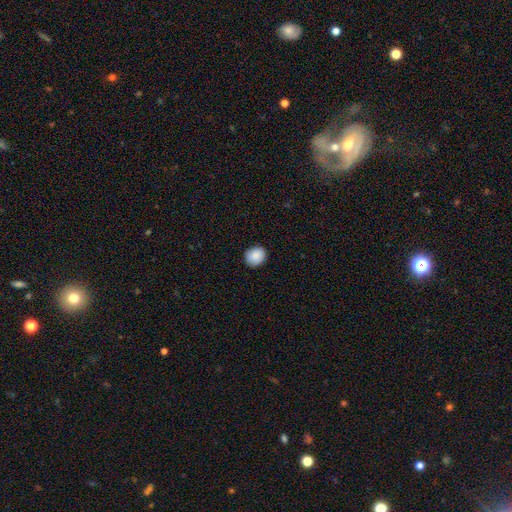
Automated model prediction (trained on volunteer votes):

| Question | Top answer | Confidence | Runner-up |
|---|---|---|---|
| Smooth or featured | smooth | 89% | star or artifact (7%) |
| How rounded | round | 71% | in between (28%) |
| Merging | none | 89% | minor disturbance (9%) |